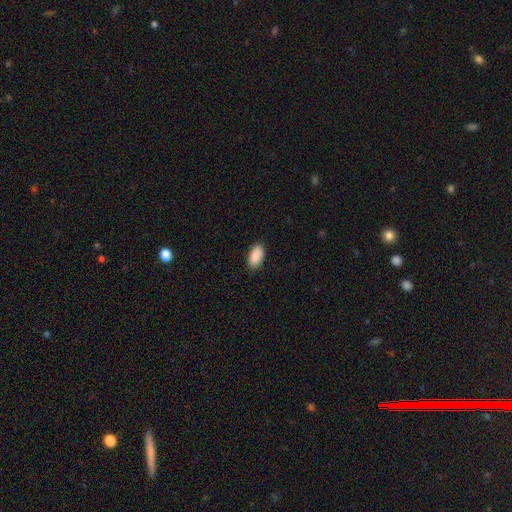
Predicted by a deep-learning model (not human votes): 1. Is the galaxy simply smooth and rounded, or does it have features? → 90% smooth, 6% star or artifact, 3% featured or disk.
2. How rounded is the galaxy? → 94% in between, 3% cigar-shaped, 3% round.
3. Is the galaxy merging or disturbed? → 87% none, 10% minor disturbance, 2% major disturbance, 1% merger.